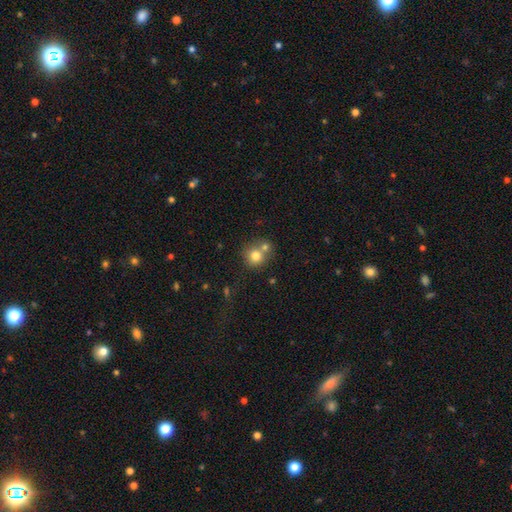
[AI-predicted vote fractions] Overall: smooth (76%). How rounded: round (88%). Merging: none (47%; merger 42%).